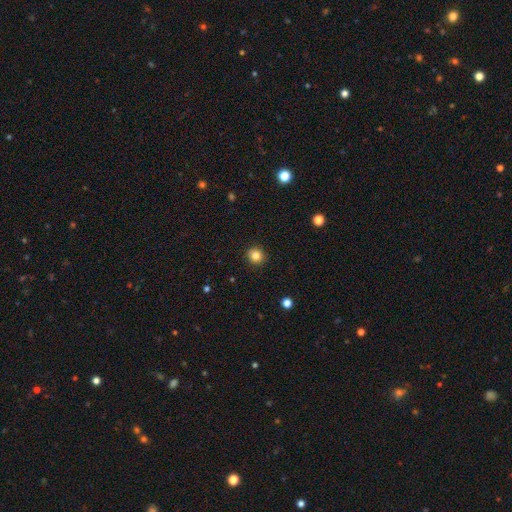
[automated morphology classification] Q: Smooth or featured?
A: smooth (83%); runner-up: star or artifact (11%)
Q: How rounded?
A: round (90%); runner-up: in between (9%)
Q: Merging?
A: none (92%); runner-up: minor disturbance (5%)